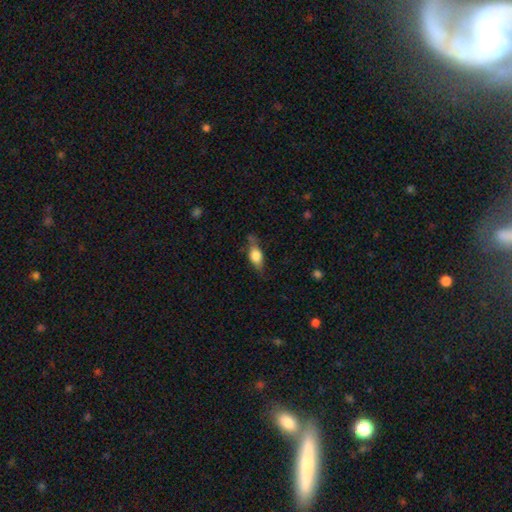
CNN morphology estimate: smooth-or-featured: smooth: 66% | featured or disk: 27% | star or artifact: 7%
  how-rounded: in between: 76% | cigar-shaped: 18% | round: 6%
  merging: none: 62% | minor disturbance: 27% | major disturbance: 8% | merger: 3%